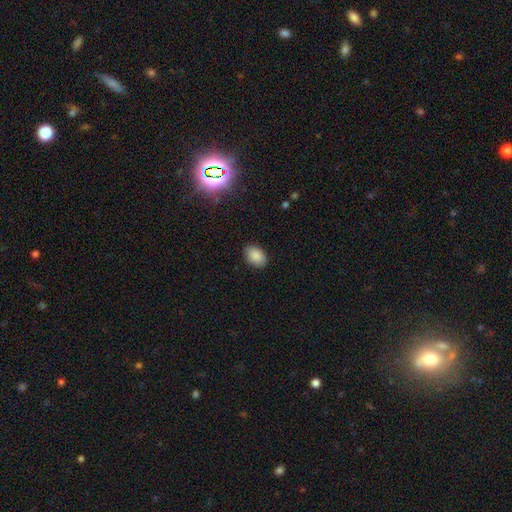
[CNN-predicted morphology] Overall: smooth (88%). How rounded: in between (86%). Merging: none (88%).